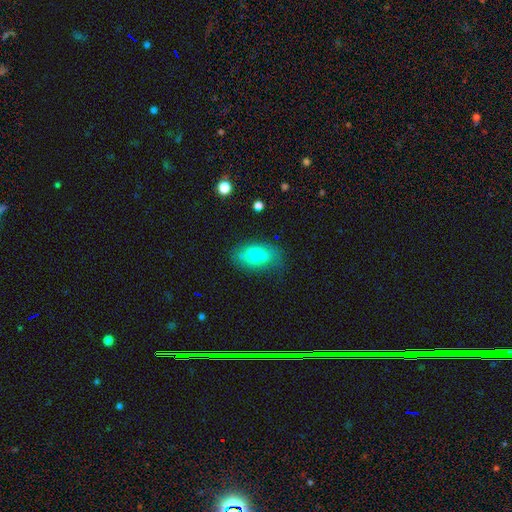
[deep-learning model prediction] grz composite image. It shows a smooth galaxy with no disk features (79%) that is in between round and cigar-shaped (91%). Merging: none (68%).